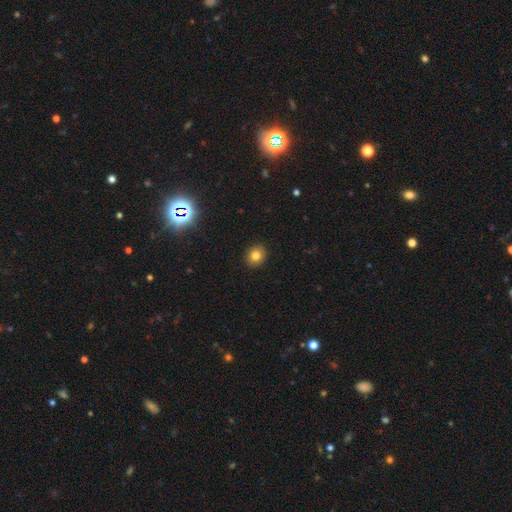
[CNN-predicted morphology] smooth_or_featured: smooth (p=0.79) [alt: star or artifact p=0.12]
how_rounded: round (p=0.72) [alt: in between p=0.27]
merging: none (p=0.91) [alt: minor disturbance p=0.06]